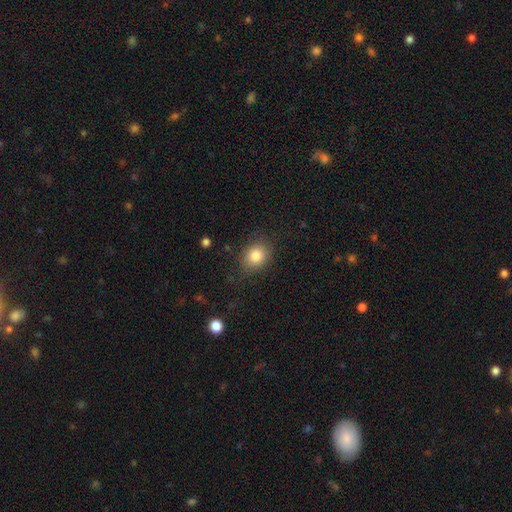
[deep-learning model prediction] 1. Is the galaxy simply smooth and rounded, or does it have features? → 82% smooth, 10% star or artifact, 8% featured or disk.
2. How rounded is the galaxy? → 58% round, 42% in between, 1% cigar-shaped.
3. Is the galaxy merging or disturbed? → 82% none, 13% minor disturbance, 4% major disturbance, 1% merger.